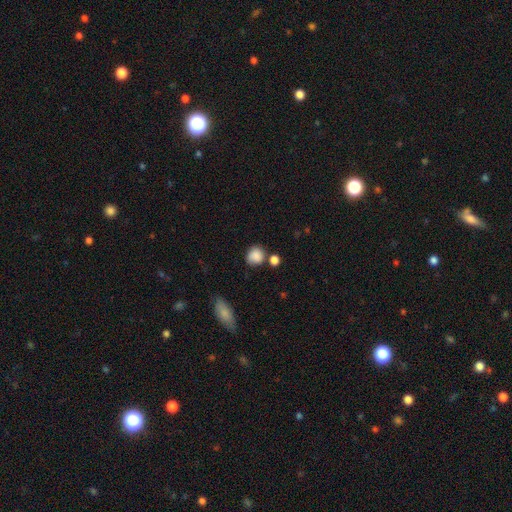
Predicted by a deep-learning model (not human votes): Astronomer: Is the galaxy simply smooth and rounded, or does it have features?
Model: smooth — 85%.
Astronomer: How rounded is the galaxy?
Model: round — 77%.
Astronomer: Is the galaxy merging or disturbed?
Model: none — 65%.